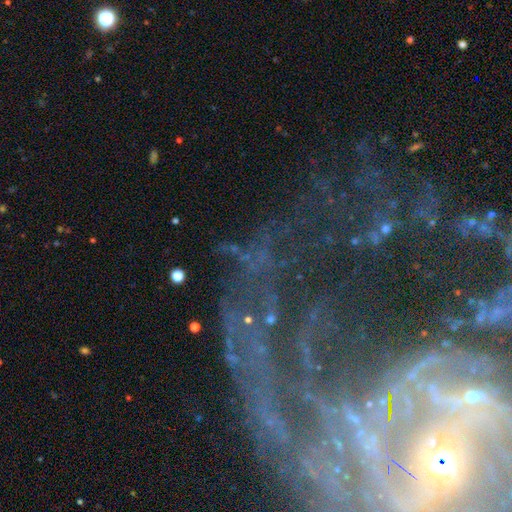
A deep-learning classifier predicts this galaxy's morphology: Smooth or featured?
  - featured or disk: 63% *
  - star or artifact: 26%
  - smooth: 12%
Edge-on disk?
  - no: 90% *
  - yes: 10%
Bar?
  - no: 38% *
  - strong: 32%
  - weak: 30%
Spiral arms?
  - yes: 88% *
  - no: 12%
Bulge size?
  - small: 59% *
  - moderate: 24%
  - none: 8%
  - large: 6%
  - dominant: 3%
Merging?
  - none: 62% *
  - major disturbance: 16%
  - minor disturbance: 15%
  - merger: 6%